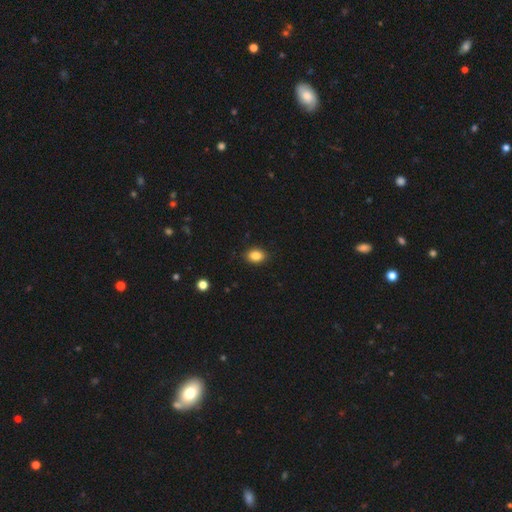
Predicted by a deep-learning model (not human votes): smooth_or_featured: smooth (p=0.86) [alt: star or artifact p=0.09]
how_rounded: in between (p=0.78) [alt: round p=0.20]
merging: none (p=0.88) [alt: minor disturbance p=0.09]